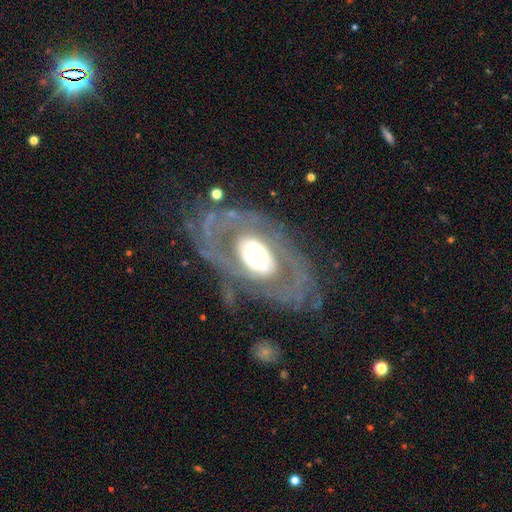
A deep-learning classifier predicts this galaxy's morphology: The model was most divided on "bulge size": moderate: 45%, large: 36%, small: 11%, dominant: 7%, none: 1%. More confident: edge-on disk — no (93%); smooth or featured — featured or disk (77%); bar — no (74%); merging — none (68%); spiral arms — yes (56%).